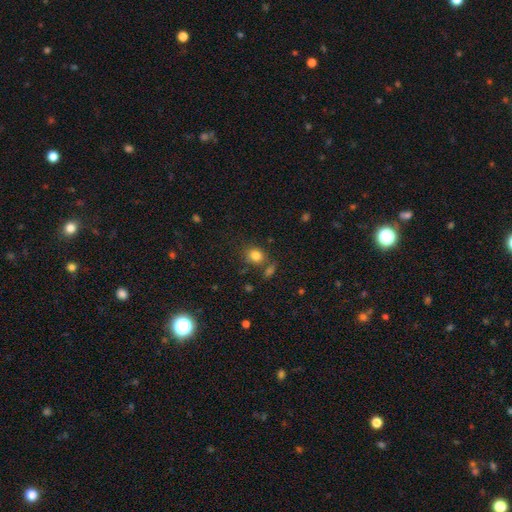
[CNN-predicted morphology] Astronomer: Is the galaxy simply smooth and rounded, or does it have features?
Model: smooth — 82%.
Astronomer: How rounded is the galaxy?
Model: round — 64%.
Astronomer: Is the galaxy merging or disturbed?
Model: none — 69%.